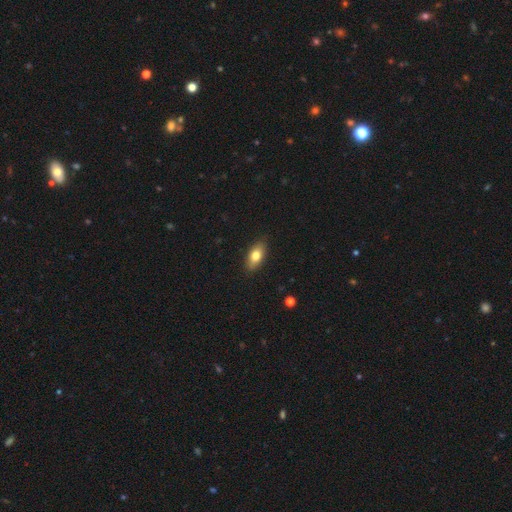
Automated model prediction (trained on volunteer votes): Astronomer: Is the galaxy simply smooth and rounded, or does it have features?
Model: smooth — 76%.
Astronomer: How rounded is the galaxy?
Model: in between — 86%.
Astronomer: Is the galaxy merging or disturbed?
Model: none — 88%.